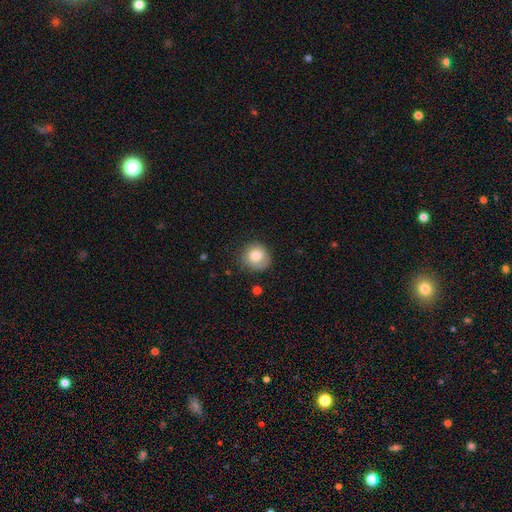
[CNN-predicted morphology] smooth-or-featured: smooth: 79% | featured or disk: 13% | star or artifact: 8%
  how-rounded: round: 85% | in between: 14% | cigar-shaped: 1%
  merging: none: 71% | minor disturbance: 21% | major disturbance: 6% | merger: 2%